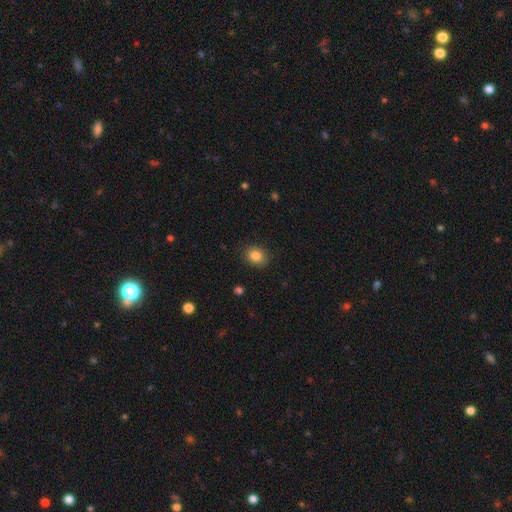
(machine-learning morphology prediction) smooth-or-featured: smooth: 84% | star or artifact: 10% | featured or disk: 6%
  how-rounded: round: 55% | in between: 44% | cigar-shaped: 1%
  merging: none: 87% | minor disturbance: 9% | major disturbance: 2% | merger: 1%